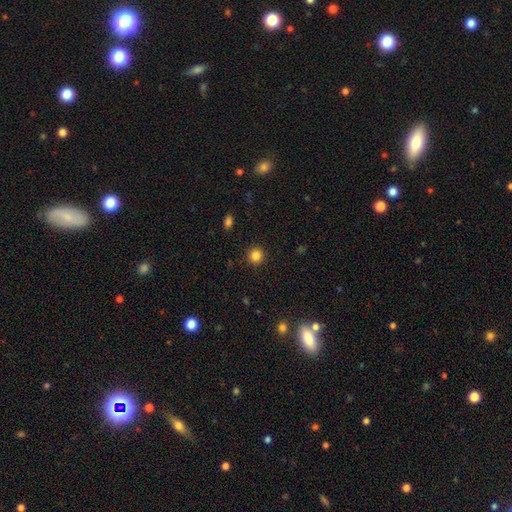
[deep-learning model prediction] Overall: smooth (84%). How rounded: round (94%). Merging: none (92%).